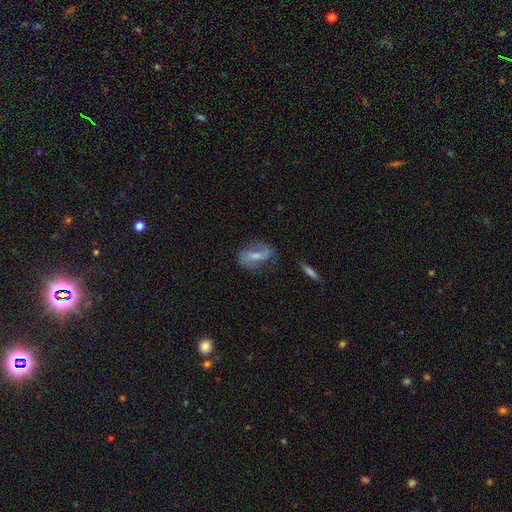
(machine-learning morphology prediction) Overall: featured or disk (59%; smooth 33%). Edge-on disk: no (92%). Bar: weak (43%; strong 35%). Spiral arms: yes (78%). Bulge size: moderate (44%; small 38%). Merging: none (61%; minor disturbance 24%).